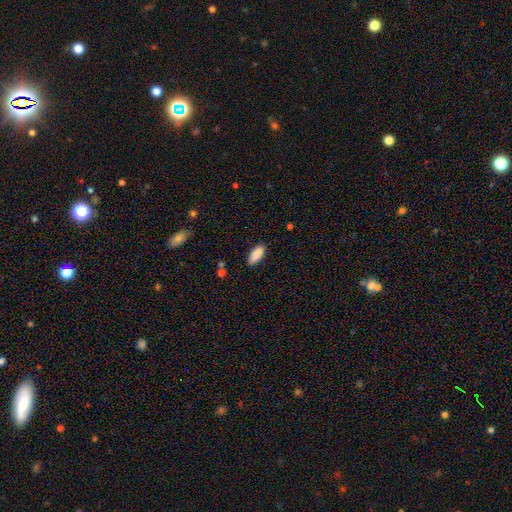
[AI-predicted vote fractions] smooth_or_featured: smooth (p=0.89) [alt: star or artifact p=0.06]
how_rounded: in between (p=0.84) [alt: cigar-shaped p=0.14]
merging: none (p=0.86) [alt: minor disturbance p=0.10]